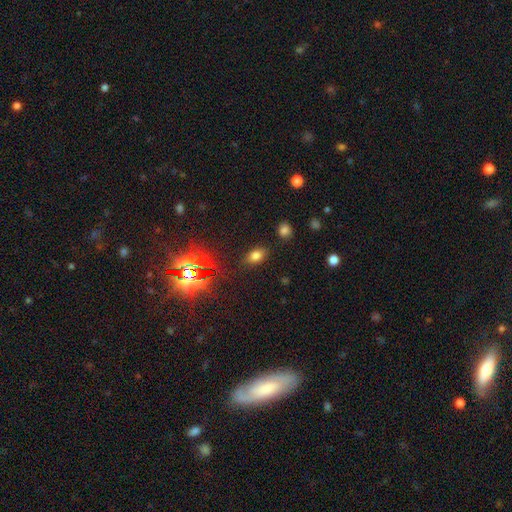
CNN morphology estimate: Smooth or featured?
  - smooth: 70% *
  - star or artifact: 22%
  - featured or disk: 9%
How rounded?
  - in between: 84% *
  - round: 14%
  - cigar-shaped: 2%
Merging?
  - none: 85% *
  - minor disturbance: 10%
  - major disturbance: 3%
  - merger: 2%